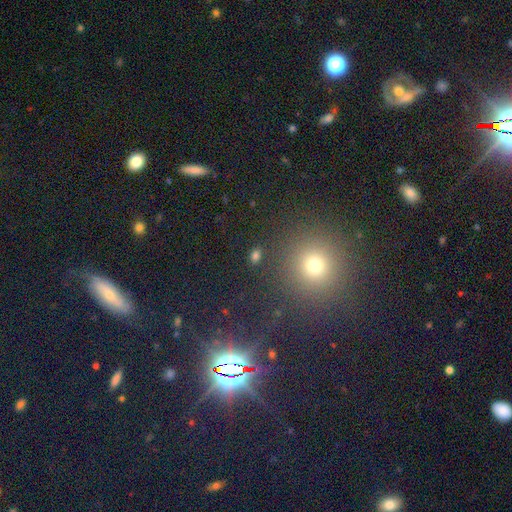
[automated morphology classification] smooth 72%, star or artifact 22%, featured or disk 6%. Down the decision tree: how rounded — in between (63%); merging — none (86%).